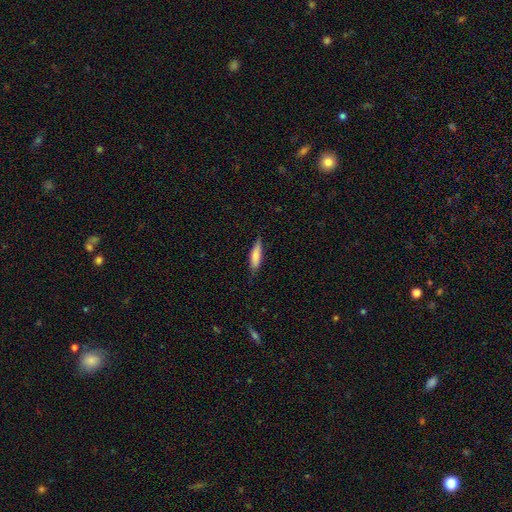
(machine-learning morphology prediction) Smooth or featured?
  - smooth: 75% *
  - featured or disk: 19%
  - star or artifact: 6%
How rounded?
  - cigar-shaped: 71% *
  - in between: 27%
  - round: 2%
Merging?
  - none: 79% *
  - minor disturbance: 17%
  - major disturbance: 3%
  - merger: 1%